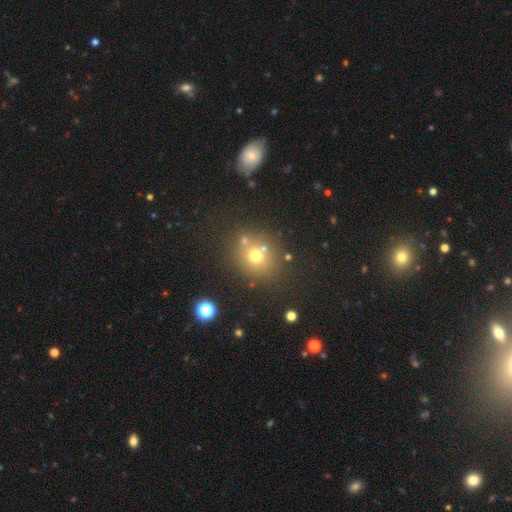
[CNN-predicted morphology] smooth_or_featured: smooth (p=0.66) [alt: star or artifact p=0.21]
how_rounded: round (p=0.83) [alt: in between p=0.16]
merging: none (p=0.69) [alt: merger p=0.16]